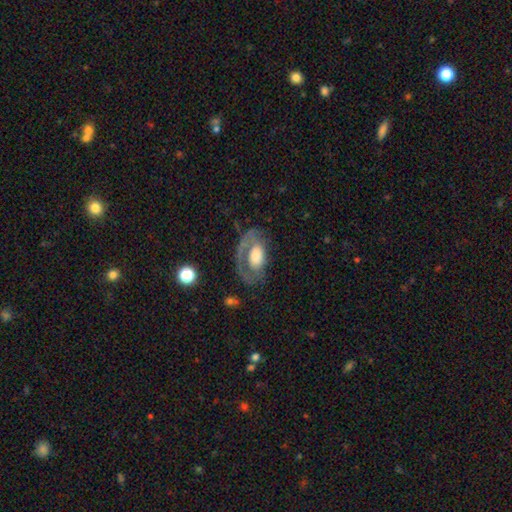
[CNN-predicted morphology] type=featured or disk (56%); edge-on=no (94%); bar=no (79%); spiral arms=yes (54%); bulge=large (43%); merging=none (48%).